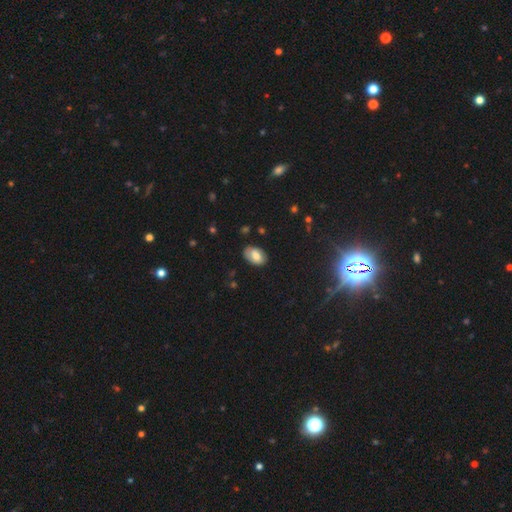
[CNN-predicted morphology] smooth 73%, featured or disk 19%, star or artifact 8%. Down the decision tree: how rounded — in between (91%); merging — none (80%).